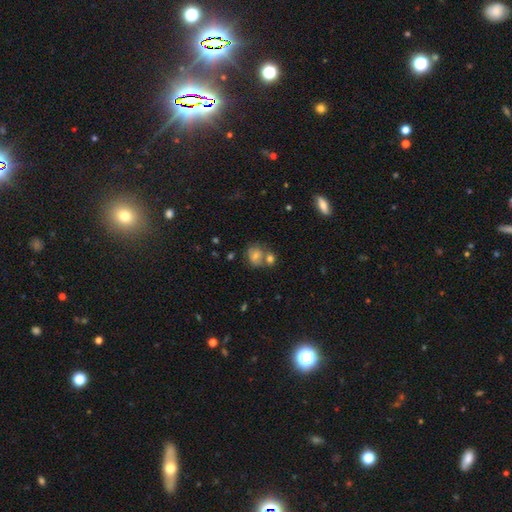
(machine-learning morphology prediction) A smooth galaxy with no disk features (58%) that is round (68%). Merging: none (50%).